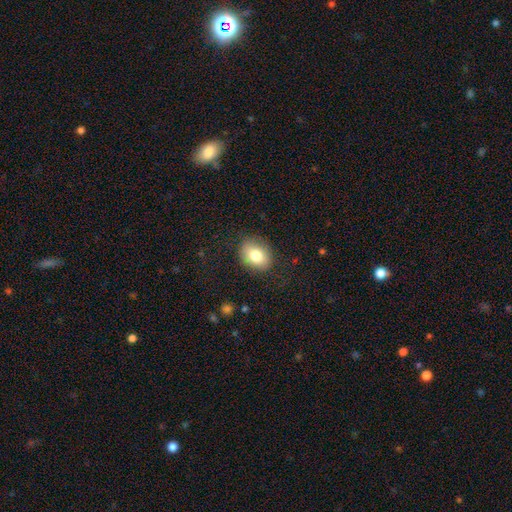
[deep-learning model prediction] Morphology: type=smooth (79%); roundness=in between (57%); merging=none (82%).